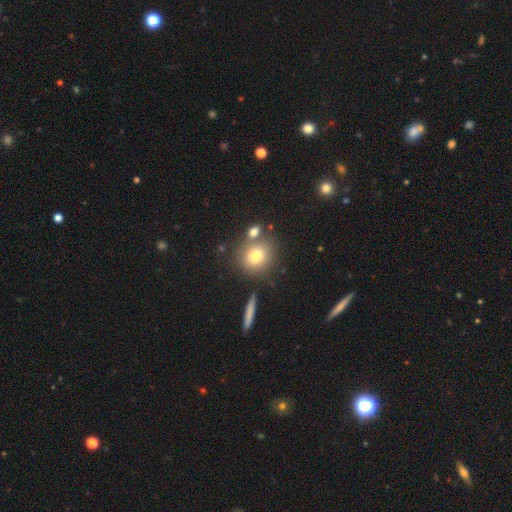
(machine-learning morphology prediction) A smooth galaxy with no disk features (77%) that is round (78%).

Vote fractions:
- Smooth or featured? smooth: 77% / featured or disk: 12% / star or artifact: 11%
- How rounded? round: 78% / in between: 20% / cigar-shaped: 2%
- Merging? none: 68% / merger: 17% / minor disturbance: 11% / major disturbance: 4%